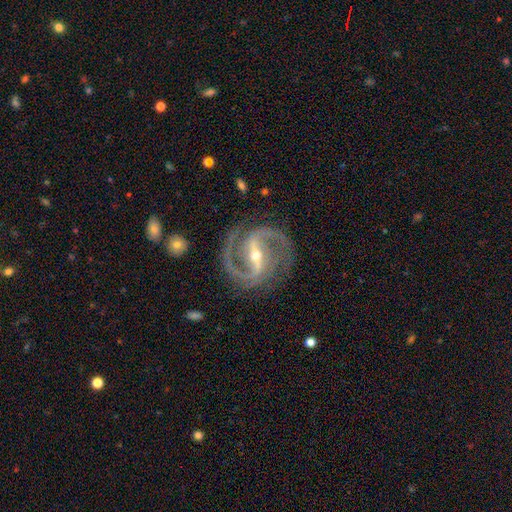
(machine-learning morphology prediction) type=featured or disk (93%); edge-on=no (97%); bar=strong (70%); spiral arms=yes (99%); winding=medium (64%); arm count=2 (90%); bulge=small (51%); merging=none (82%).